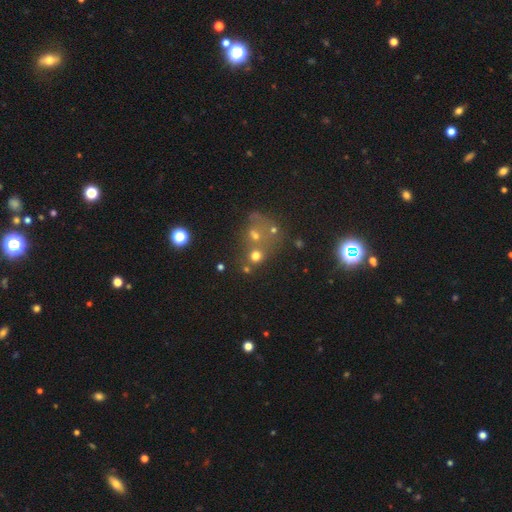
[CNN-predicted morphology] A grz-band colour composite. It shows a smooth galaxy with no disk features (60%) that is round (77%). Merging: none (49%).